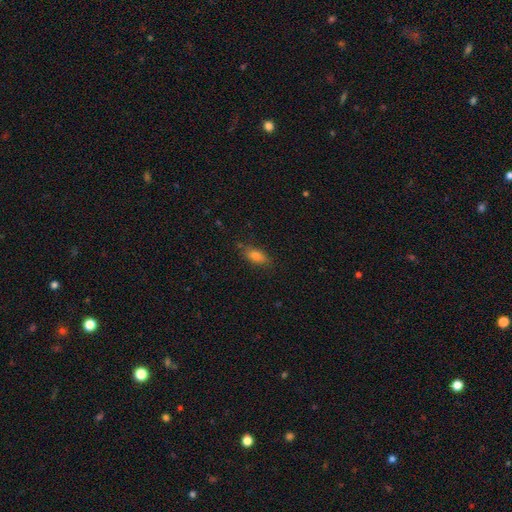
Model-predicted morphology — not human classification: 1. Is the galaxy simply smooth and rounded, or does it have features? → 78% smooth, 12% star or artifact, 10% featured or disk.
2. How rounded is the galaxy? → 79% in between, 16% cigar-shaped, 5% round.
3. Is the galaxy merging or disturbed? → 78% none, 16% minor disturbance, 4% major disturbance, 2% merger.